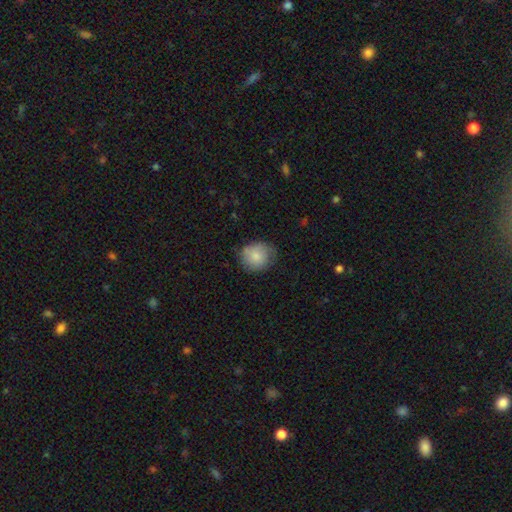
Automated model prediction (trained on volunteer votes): Smooth or featured?
  - smooth: 81% *
  - featured or disk: 12%
  - star or artifact: 7%
How rounded?
  - round: 78% *
  - in between: 21%
  - cigar-shaped: 1%
Merging?
  - none: 65% *
  - minor disturbance: 27%
  - major disturbance: 6%
  - merger: 2%